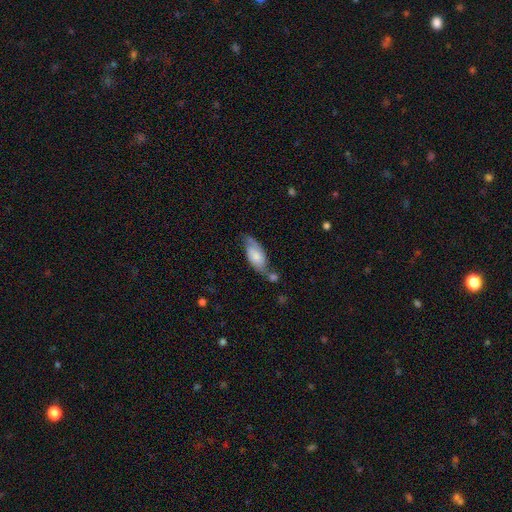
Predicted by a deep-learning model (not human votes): Smooth or featured?
  - smooth: 48% *
  - featured or disk: 45%
  - star or artifact: 7%
Merging?
  - none: 45% *
  - minor disturbance: 25%
  - merger: 19%
  - major disturbance: 11%